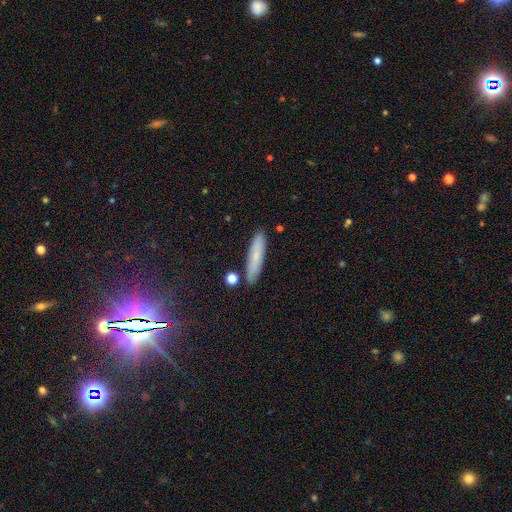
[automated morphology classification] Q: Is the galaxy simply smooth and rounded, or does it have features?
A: smooth — 71%.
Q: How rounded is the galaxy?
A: cigar-shaped — 83%.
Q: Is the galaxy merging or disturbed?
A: none — 86%.